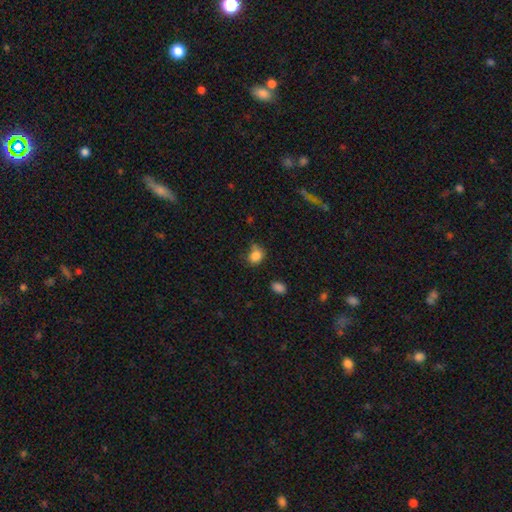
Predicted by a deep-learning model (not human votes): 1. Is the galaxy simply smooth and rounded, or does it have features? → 84% smooth, 11% star or artifact, 6% featured or disk.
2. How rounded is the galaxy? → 63% round, 36% in between, 1% cigar-shaped.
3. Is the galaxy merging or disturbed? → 53% none, 32% minor disturbance, 10% major disturbance, 5% merger.